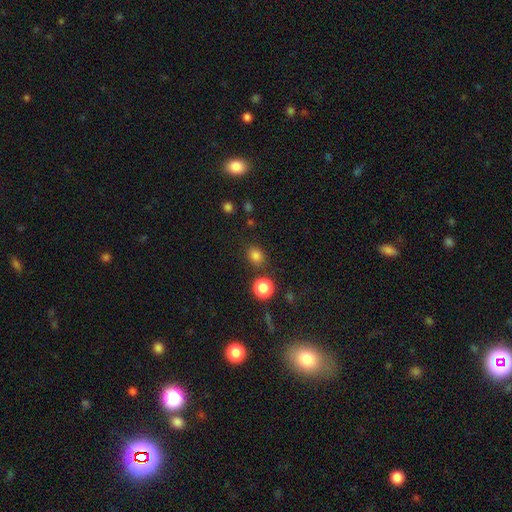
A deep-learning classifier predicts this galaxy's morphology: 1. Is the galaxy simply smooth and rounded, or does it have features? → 81% smooth, 14% star or artifact, 4% featured or disk.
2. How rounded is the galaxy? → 60% round, 39% in between, 1% cigar-shaped.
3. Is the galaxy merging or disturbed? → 80% none, 10% minor disturbance, 6% merger, 4% major disturbance.